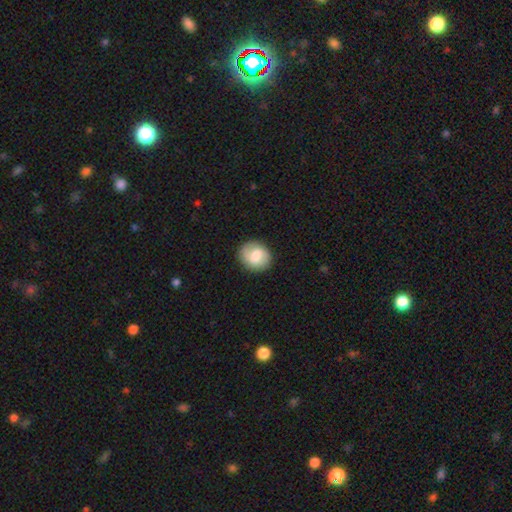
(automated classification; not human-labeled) smooth-or-featured: smooth: 68% | featured or disk: 26% | star or artifact: 7%
  how-rounded: round: 70% | in between: 29% | cigar-shaped: 1%
  merging: none: 86% | minor disturbance: 11% | major disturbance: 3% | merger: 1%